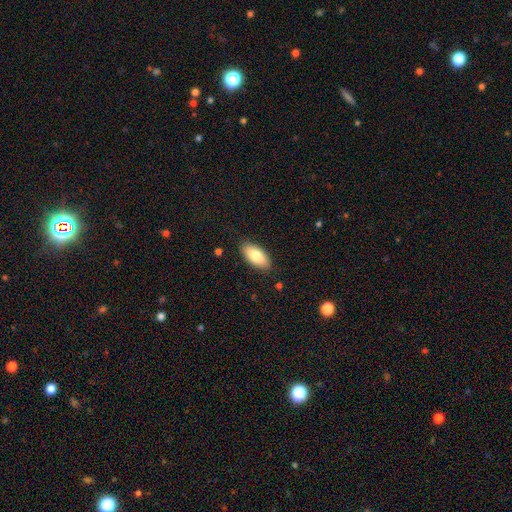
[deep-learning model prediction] smooth 79%, featured or disk 14%, star or artifact 6%. Down the decision tree: how rounded — in between (91%); merging — none (87%).